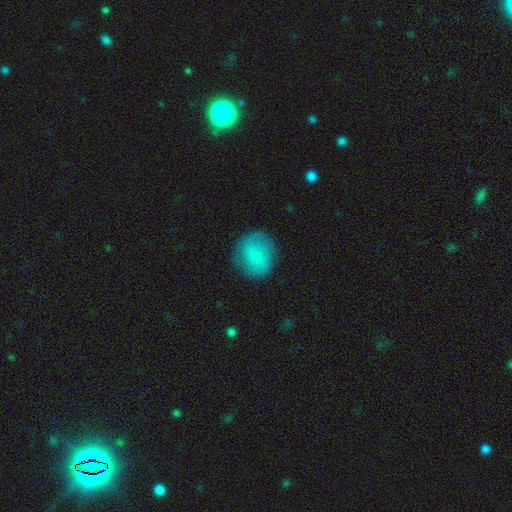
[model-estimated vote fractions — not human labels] Smooth or featured? Predicted: smooth (p=0.69). How rounded? Predicted: round (p=0.80). Merging? Predicted: none (p=0.78).